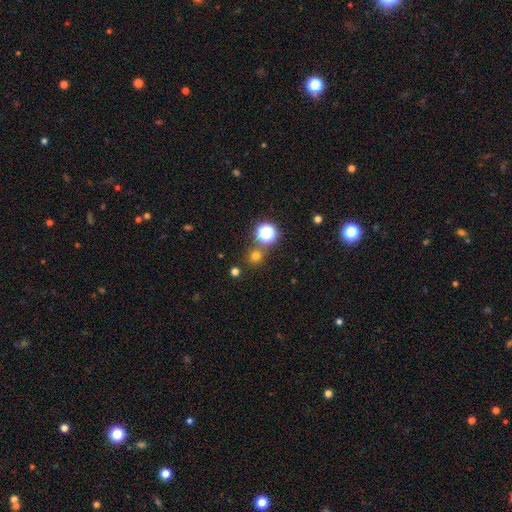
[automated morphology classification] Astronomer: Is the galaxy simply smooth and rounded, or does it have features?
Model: smooth — 69%.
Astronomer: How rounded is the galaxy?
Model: round — 93%.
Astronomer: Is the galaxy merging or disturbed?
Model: none — 80%.